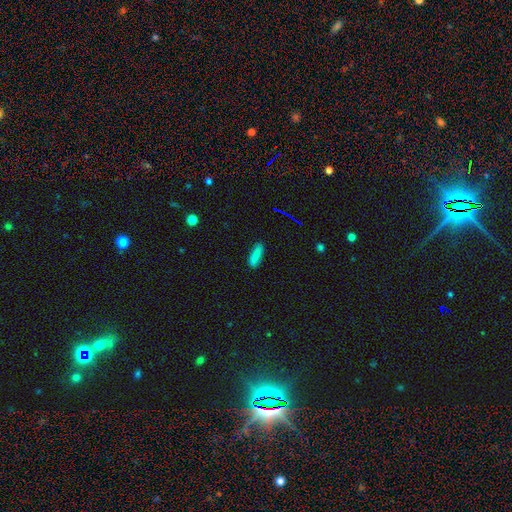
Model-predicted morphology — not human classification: This appears to be a smooth galaxy with no disk features (83%) that is cigar-shaped (50%). Merging: none (84%).